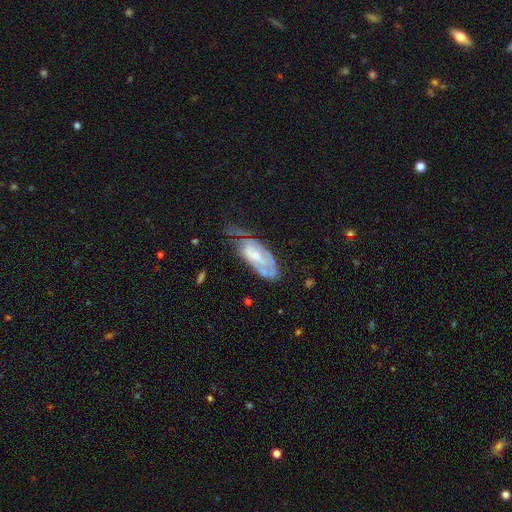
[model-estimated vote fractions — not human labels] Smooth or featured?
  - featured or disk: 67% *
  - smooth: 26%
  - star or artifact: 7%
Edge-on disk?
  - no: 89% *
  - yes: 11%
Bar?
  - no: 51% *
  - weak: 38%
  - strong: 11%
Spiral arms?
  - yes: 77% *
  - no: 23%
Bulge size?
  - small: 49% *
  - moderate: 35%
  - none: 11%
  - large: 4%
  - dominant: 1%
Merging?
  - none: 44% *
  - minor disturbance: 32%
  - major disturbance: 20%
  - merger: 3%